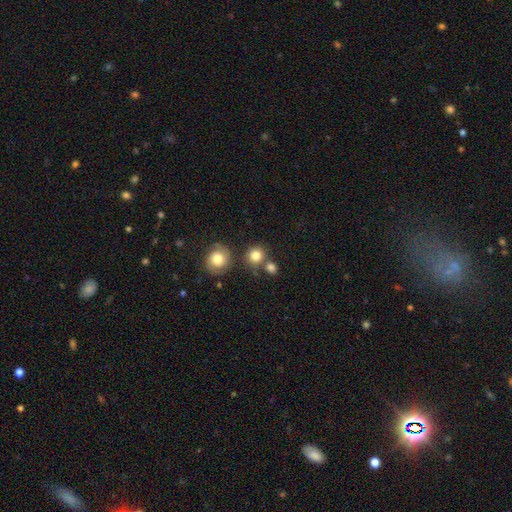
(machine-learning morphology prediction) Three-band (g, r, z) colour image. It shows a smooth galaxy with no disk features (81%) that is round (86%). Merging: none (67%).